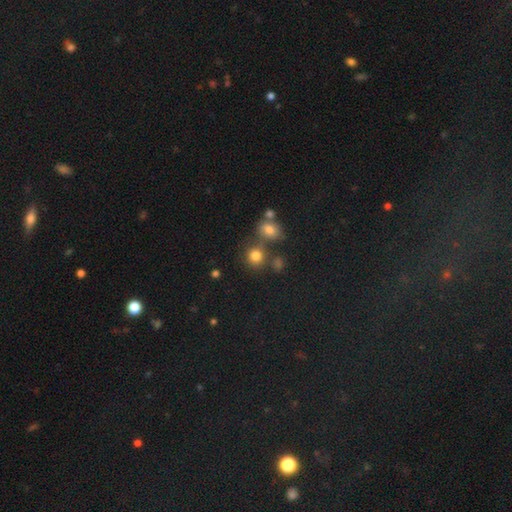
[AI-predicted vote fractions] The model was most divided on "merging": none: 63%, merger: 22%, minor disturbance: 10%, major disturbance: 4%. More confident: how rounded — round (84%); smooth or featured — smooth (79%).